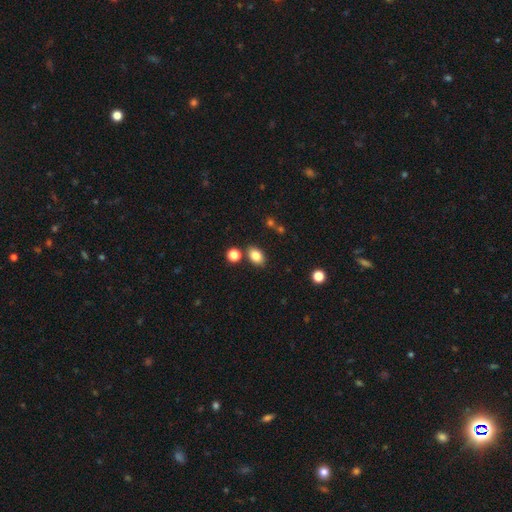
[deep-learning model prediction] This appears to be a smooth galaxy with no disk features (83%) that is in between round and cigar-shaped (81%). Merging: none (78%).